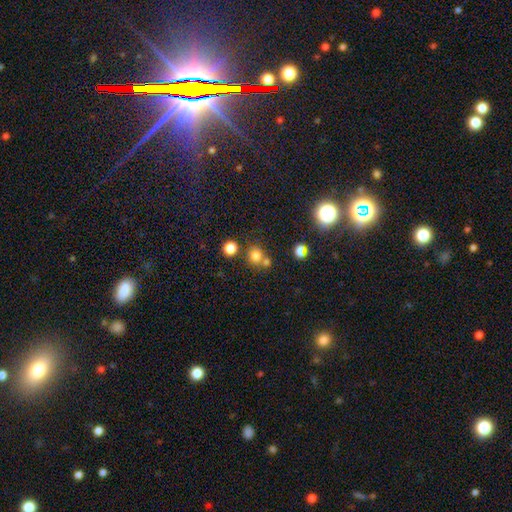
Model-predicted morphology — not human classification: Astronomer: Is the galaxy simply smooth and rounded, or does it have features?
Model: smooth — 75%.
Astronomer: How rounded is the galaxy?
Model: round — 87%.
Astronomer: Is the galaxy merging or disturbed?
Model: none — 62%.